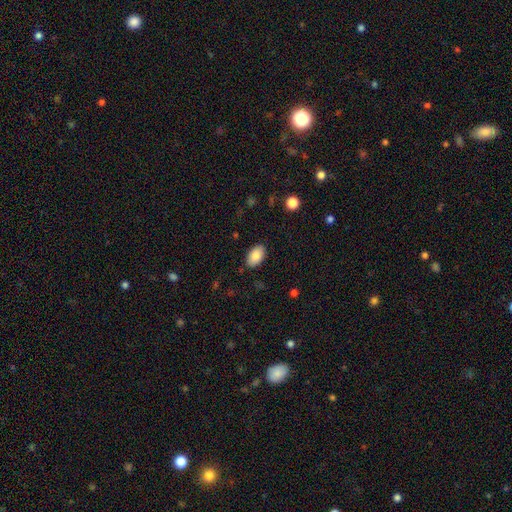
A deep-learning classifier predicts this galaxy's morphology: Overall: smooth (86%). How rounded: in between (93%). Merging: none (87%).